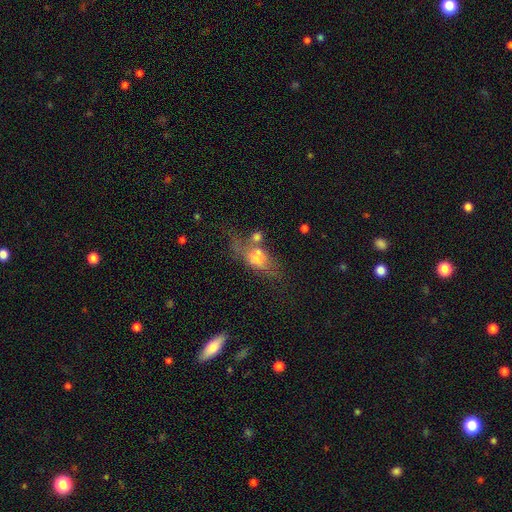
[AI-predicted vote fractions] The model was most divided on "smooth or featured": featured or disk: 42%, smooth: 41%, star or artifact: 16%. Remaining: merging — none (45%).